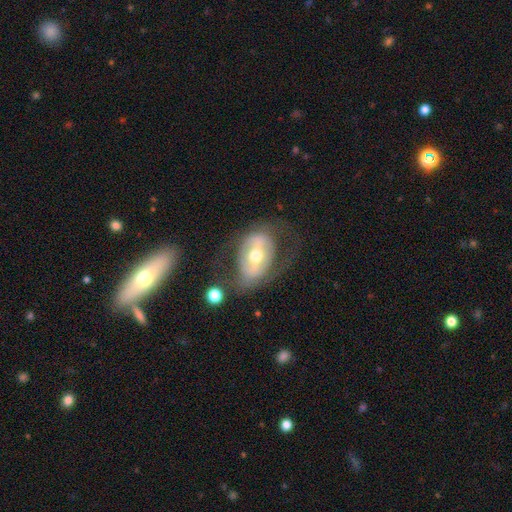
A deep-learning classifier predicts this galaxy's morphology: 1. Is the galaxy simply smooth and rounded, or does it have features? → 67% featured or disk, 26% smooth, 7% star or artifact.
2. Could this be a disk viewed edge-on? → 93% no, 7% yes.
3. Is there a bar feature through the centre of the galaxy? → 44% strong, 31% weak, 25% no.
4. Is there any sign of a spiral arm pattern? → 53% no, 47% yes.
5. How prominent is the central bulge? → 69% moderate, 22% small, 7% large, 1% dominant, 1% none.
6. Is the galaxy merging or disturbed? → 55% none, 21% major disturbance, 19% minor disturbance, 4% merger.